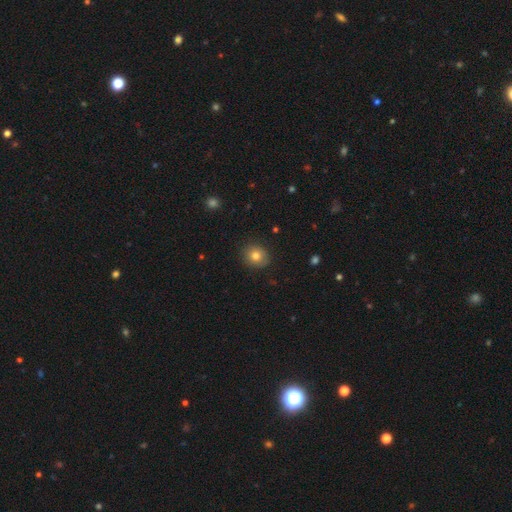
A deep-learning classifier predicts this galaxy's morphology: Smooth or featured? Predicted: smooth (p=0.80). How rounded? Predicted: round (p=0.76). Merging? Predicted: none (p=0.87).